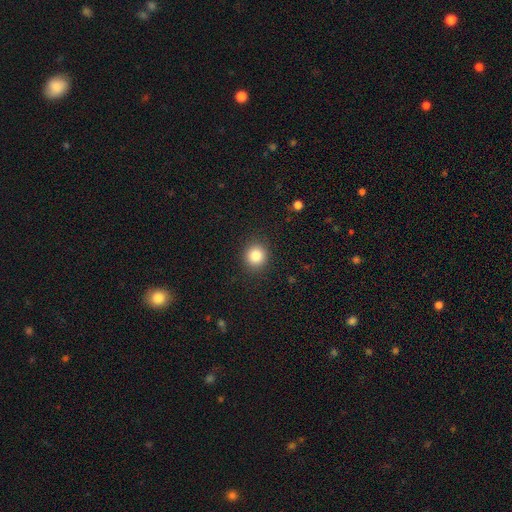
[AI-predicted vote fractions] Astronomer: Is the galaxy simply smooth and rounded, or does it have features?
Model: smooth — 84%.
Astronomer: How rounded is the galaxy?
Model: round — 88%.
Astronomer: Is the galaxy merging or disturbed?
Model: none — 90%.